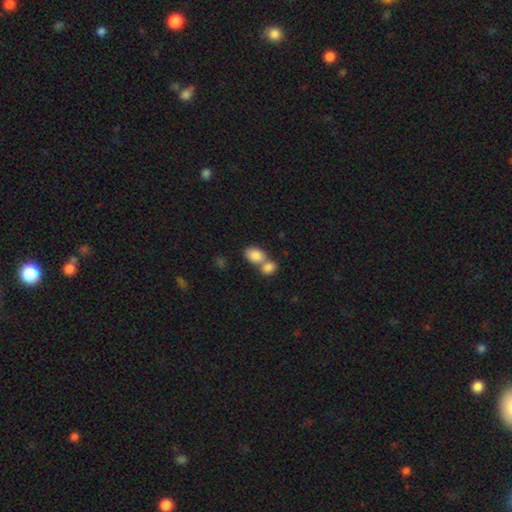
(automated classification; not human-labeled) This appears to be a smooth galaxy with no disk features (84%) that is in between round and cigar-shaped (75%). Merging: merger (58%).